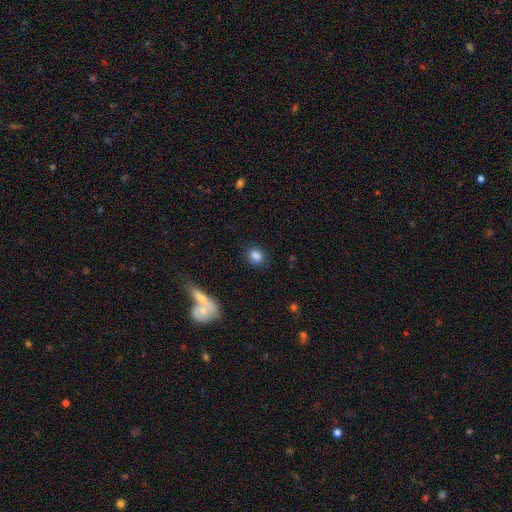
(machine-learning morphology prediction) The model was most divided on "how rounded": round: 71%, in between: 28%, cigar-shaped: 2%. More confident: merging — none (85%); smooth or featured — smooth (84%).